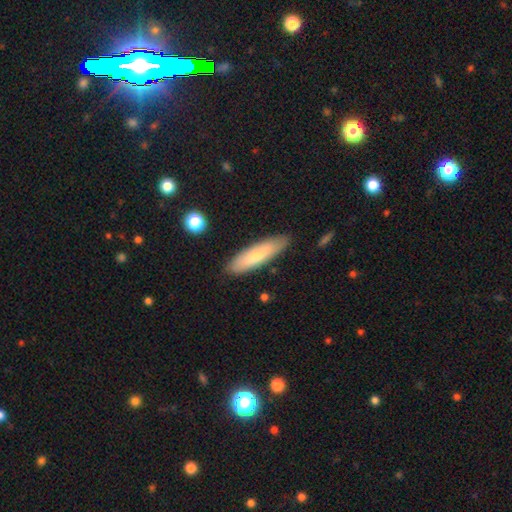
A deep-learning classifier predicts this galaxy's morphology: smooth 69%, featured or disk 25%, star or artifact 6%. Down the decision tree: how rounded — cigar-shaped (64%); merging — none (86%).